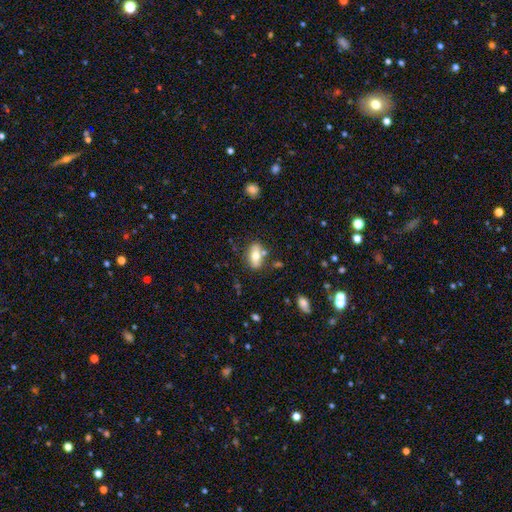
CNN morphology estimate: A smooth galaxy with no disk features (67%) that is in between round and cigar-shaped (84%).

Vote fractions:
- Smooth or featured? smooth: 67% / featured or disk: 26% / star or artifact: 8%
- How rounded? in between: 84% / cigar-shaped: 9% / round: 7%
- Merging? none: 72% / minor disturbance: 14% / merger: 10% / major disturbance: 4%